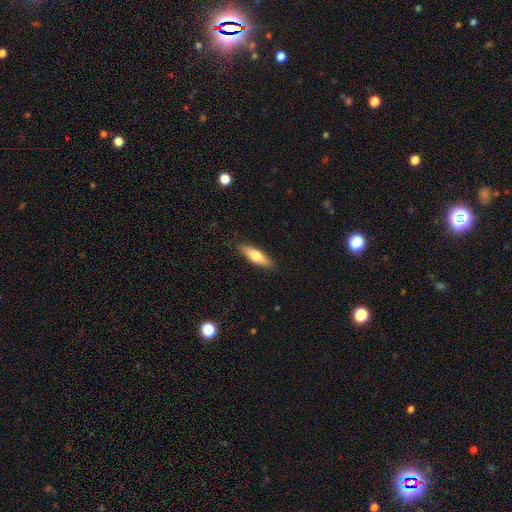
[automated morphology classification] Smooth or featured?
  - smooth: 70% *
  - featured or disk: 24%
  - star or artifact: 6%
How rounded?
  - cigar-shaped: 56% *
  - in between: 42%
  - round: 2%
Merging?
  - none: 87% *
  - minor disturbance: 9%
  - major disturbance: 2%
  - merger: 1%